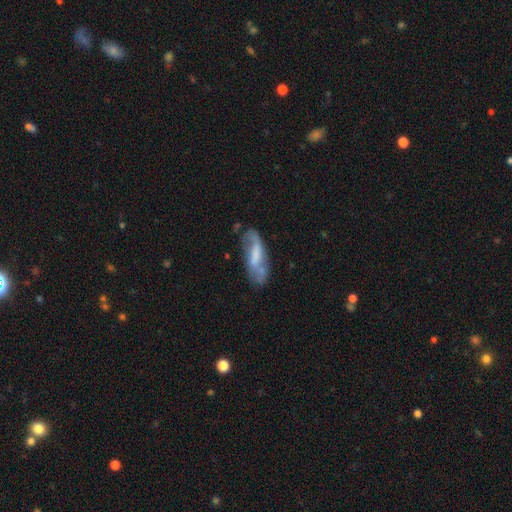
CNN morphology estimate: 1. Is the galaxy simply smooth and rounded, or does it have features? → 53% featured or disk, 39% smooth, 8% star or artifact.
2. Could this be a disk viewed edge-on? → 83% no, 17% yes.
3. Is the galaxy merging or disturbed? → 49% none, 28% minor disturbance, 16% major disturbance, 7% merger.